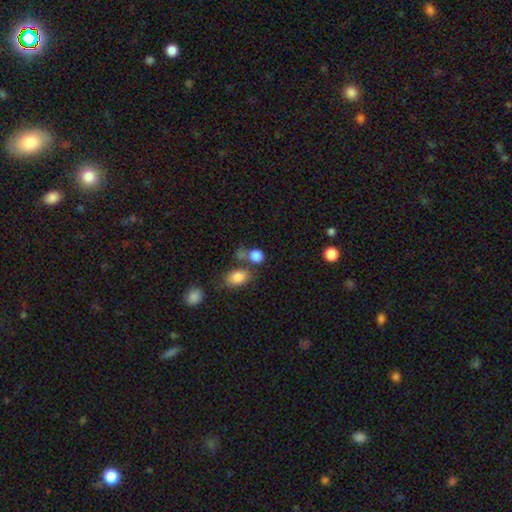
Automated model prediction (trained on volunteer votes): smooth_or_featured: smooth (p=0.83) [alt: star or artifact p=0.11]
how_rounded: round (p=0.65) [alt: in between p=0.34]
merging: none (p=0.53) [alt: merger p=0.27]